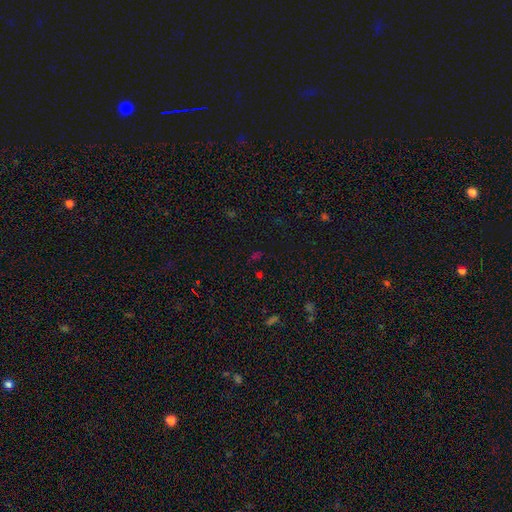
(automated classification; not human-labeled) Overall: star or artifact (58%; smooth 33%).